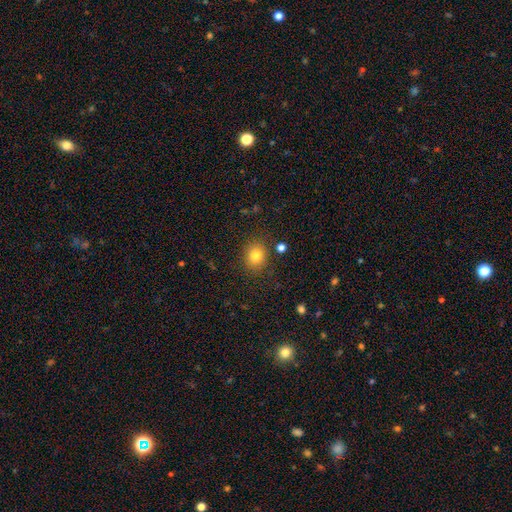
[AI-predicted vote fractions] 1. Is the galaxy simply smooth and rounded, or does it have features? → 81% smooth, 12% star or artifact, 8% featured or disk.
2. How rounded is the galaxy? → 65% round, 34% in between, 1% cigar-shaped.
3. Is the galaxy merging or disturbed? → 85% none, 10% minor disturbance, 3% major disturbance, 3% merger.